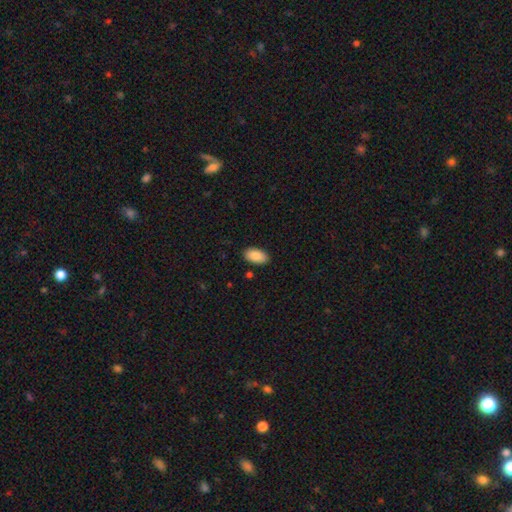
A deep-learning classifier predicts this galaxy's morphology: Q: Smooth or featured?
A: smooth (89%); runner-up: star or artifact (7%)
Q: How rounded?
A: in between (95%); runner-up: round (3%)
Q: Merging?
A: none (88%); runner-up: minor disturbance (9%)